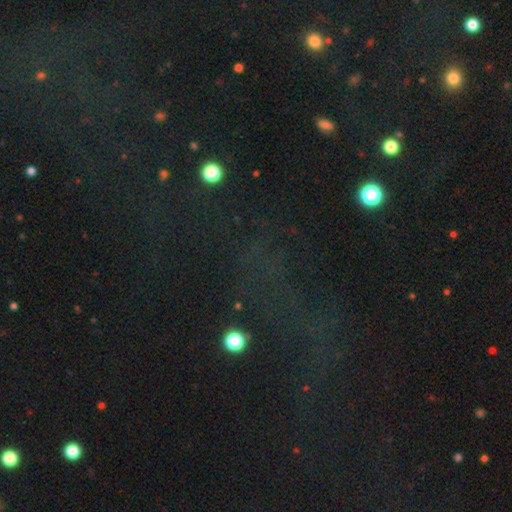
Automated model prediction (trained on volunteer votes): Smooth or featured? star or artifact (63%)